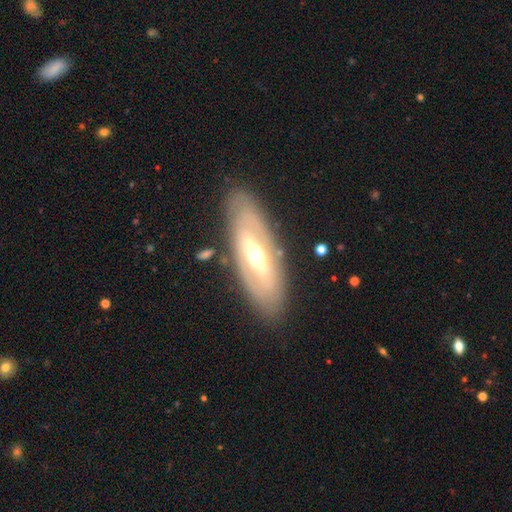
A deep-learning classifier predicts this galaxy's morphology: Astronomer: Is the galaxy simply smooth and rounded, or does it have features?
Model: featured or disk — 70%.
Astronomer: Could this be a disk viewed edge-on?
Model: no — 78%.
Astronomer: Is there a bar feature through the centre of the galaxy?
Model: no — 49% (runner-up: weak, 28%).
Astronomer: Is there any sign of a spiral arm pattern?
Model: no — 70%.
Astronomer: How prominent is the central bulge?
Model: moderate — 68%.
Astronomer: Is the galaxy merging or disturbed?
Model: none — 82%.